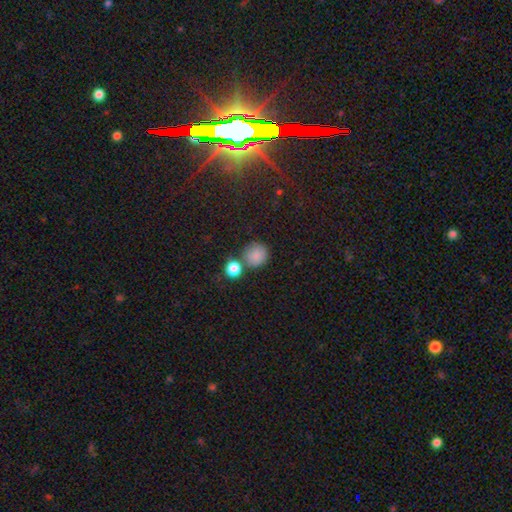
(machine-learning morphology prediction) Q: Smooth or featured?
A: smooth (84%); runner-up: star or artifact (11%)
Q: How rounded?
A: round (89%); runner-up: in between (10%)
Q: Merging?
A: none (66%); runner-up: merger (18%)